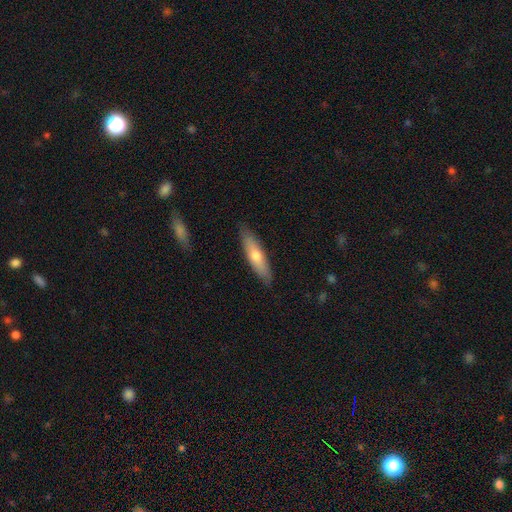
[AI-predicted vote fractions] Morphology: type=smooth (62%); roundness=cigar-shaped (71%); merging=none (87%).